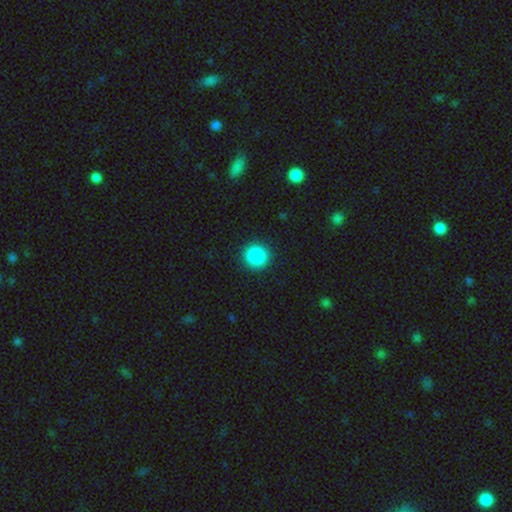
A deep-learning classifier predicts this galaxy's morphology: smooth_or_featured: smooth (p=0.88) [alt: star or artifact p=0.09]
how_rounded: round (p=0.93) [alt: in between p=0.06]
merging: none (p=0.92) [alt: minor disturbance p=0.05]